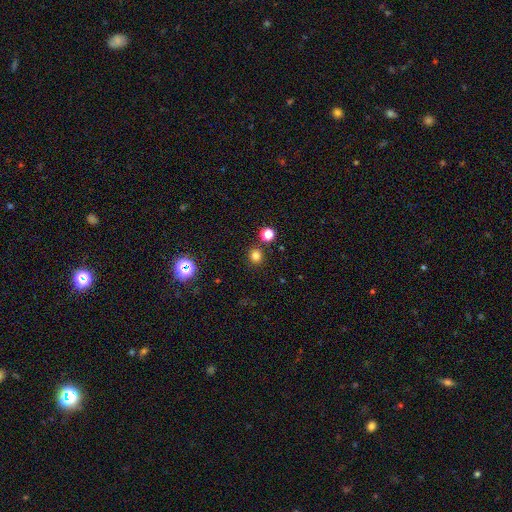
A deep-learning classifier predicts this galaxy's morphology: smooth 78%, star or artifact 18%, featured or disk 5%. Down the decision tree: how rounded — round (89%); merging — none (85%).